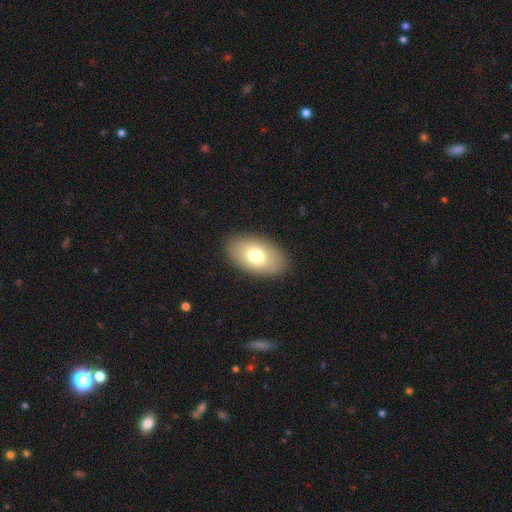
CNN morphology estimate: This appears to be a smooth galaxy with no disk features (75%) that is in between round and cigar-shaped (92%). Merging: none (88%).